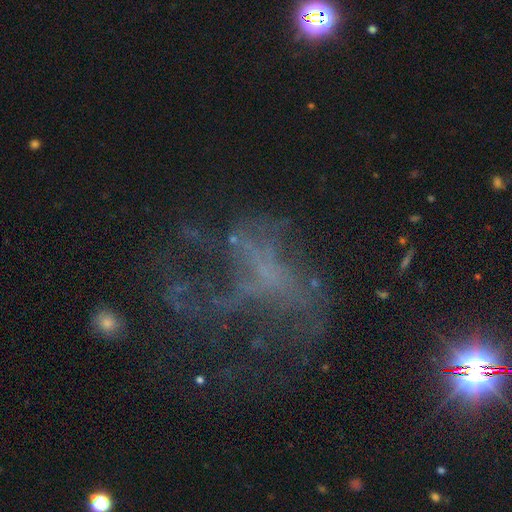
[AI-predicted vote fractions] Smooth or featured? Predicted: featured or disk (p=0.53). Edge-on disk? Predicted: no (p=0.96). Bar? Predicted: no (p=0.80). Spiral arms? Predicted: no (p=0.74). Bulge size? Predicted: none (p=0.74). Merging? Predicted: major disturbance (p=0.46).